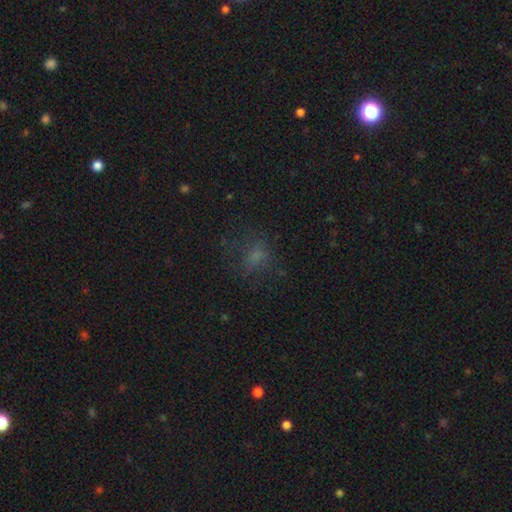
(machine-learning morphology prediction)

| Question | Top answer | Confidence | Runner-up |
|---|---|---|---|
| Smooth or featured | smooth | 58% | star or artifact (25%) |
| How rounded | in between | 56% | round (40%) |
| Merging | none | 59% | major disturbance (20%) |